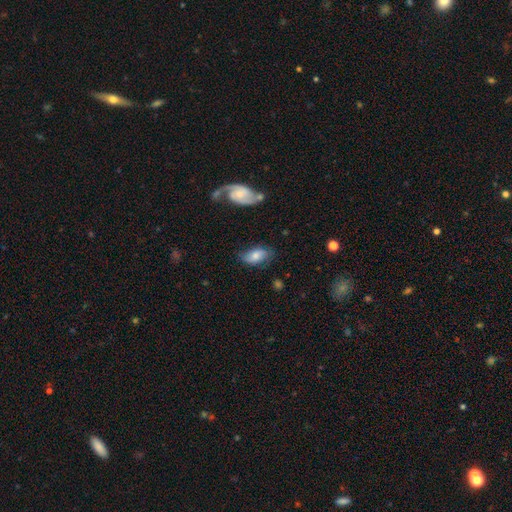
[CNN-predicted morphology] Smooth or featured: smooth — 66% (featured or disk — 27%)
How rounded: in between — 92% (round — 5%)
Merging: none — 63% (minor disturbance — 25%)